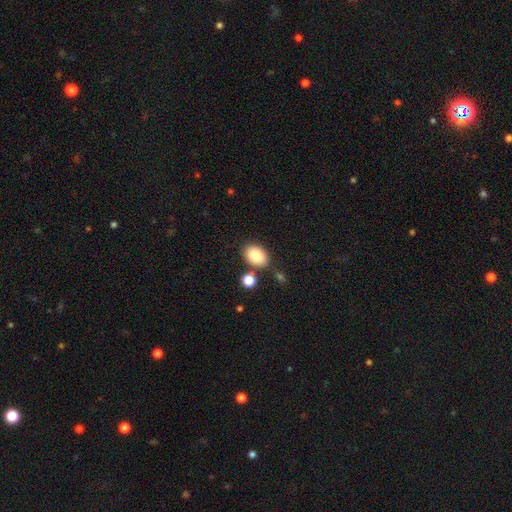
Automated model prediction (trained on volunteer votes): smooth_or_featured: smooth (p=0.84) [alt: star or artifact p=0.08]
how_rounded: in between (p=0.83) [alt: round p=0.16]
merging: none (p=0.75) [alt: minor disturbance p=0.12]